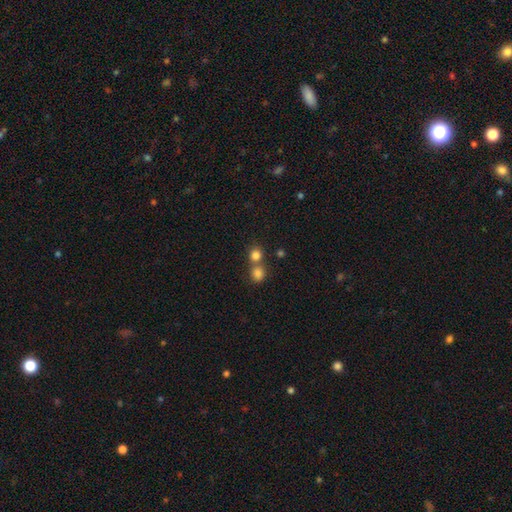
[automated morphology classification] This appears to be a smooth galaxy with no disk features (81%) that is round (87%). Merging: none (49%).